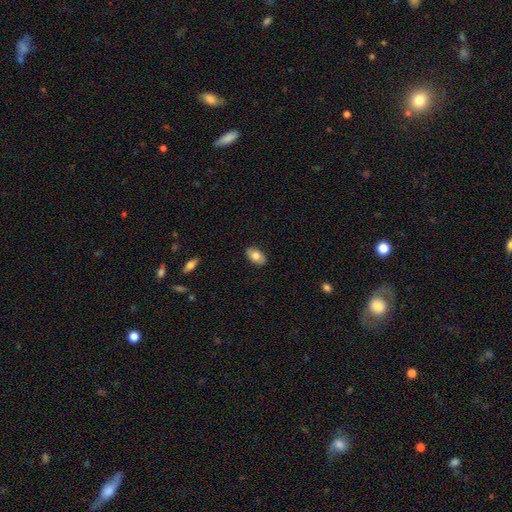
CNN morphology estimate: Overall: smooth (78%). How rounded: in between (92%). Merging: none (88%).